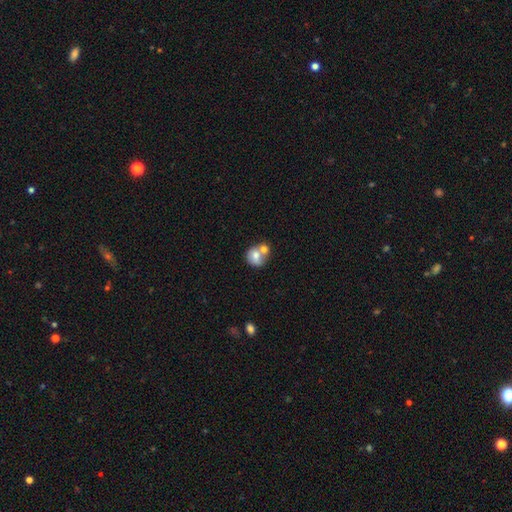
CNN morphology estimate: Q: Smooth or featured?
A: smooth (72%); runner-up: featured or disk (20%)
Q: How rounded?
A: round (71%); runner-up: in between (28%)
Q: Merging?
A: merger (56%); runner-up: none (30%)